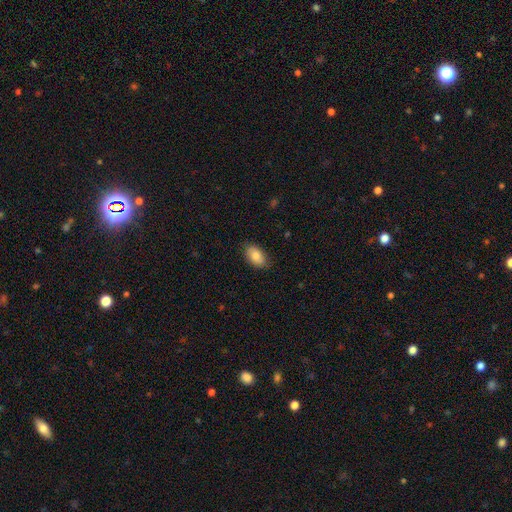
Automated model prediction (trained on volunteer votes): A smooth galaxy with no disk features (84%) that is in between round and cigar-shaped (93%). Merging: none (85%).